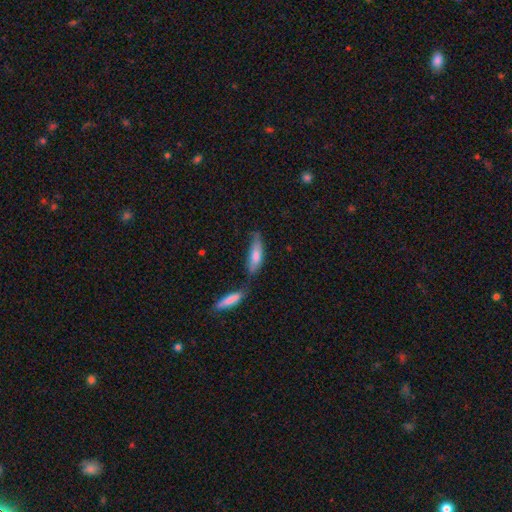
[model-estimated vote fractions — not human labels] A smooth galaxy with no disk features (71%) that is cigar-shaped (63%).

Vote fractions:
- Smooth or featured? smooth: 71% / featured or disk: 22% / star or artifact: 6%
- How rounded? cigar-shaped: 63% / in between: 36% / round: 2%
- Merging? none: 45% / merger: 26% / minor disturbance: 22% / major disturbance: 7%